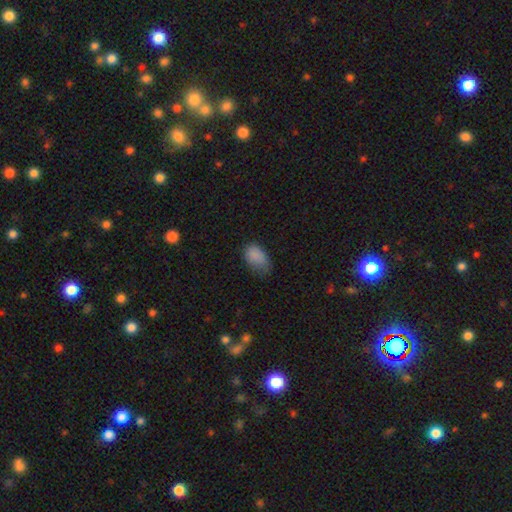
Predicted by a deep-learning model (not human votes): Overall: smooth (86%). How rounded: in between (89%). Merging: none (47%; minor disturbance 38%).